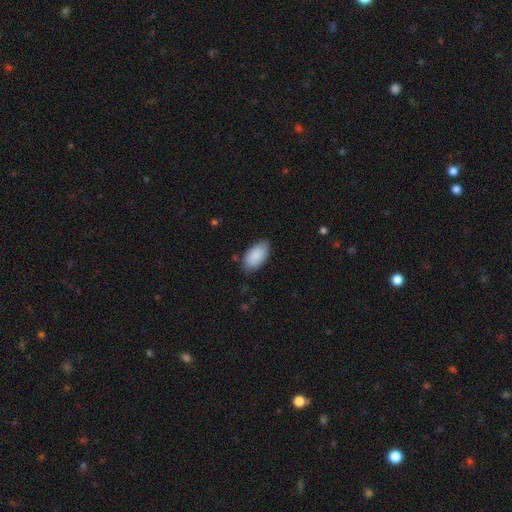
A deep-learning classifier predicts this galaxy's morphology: This appears to be a smooth galaxy with no disk features (89%) that is in between round and cigar-shaped (95%). Merging: none (79%).